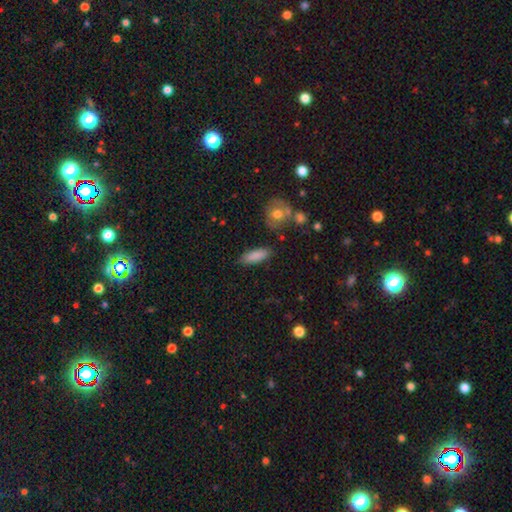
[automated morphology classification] smooth 85%, featured or disk 8%, star or artifact 7%. Down the decision tree: how rounded — in between (62%); merging — none (82%).